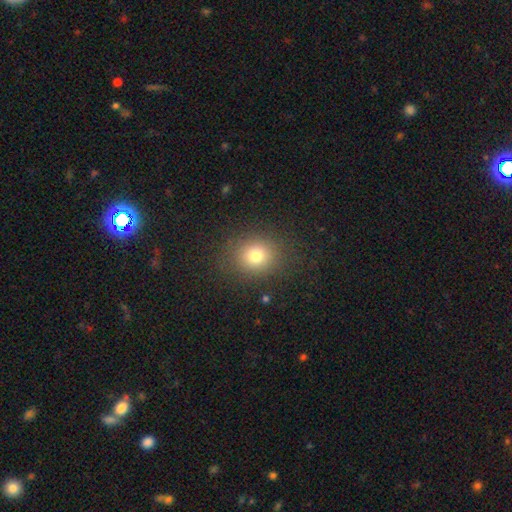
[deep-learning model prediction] smooth-or-featured: smooth: 76% | star or artifact: 15% | featured or disk: 9%
  how-rounded: round: 75% | in between: 24% | cigar-shaped: 1%
  merging: none: 86% | minor disturbance: 9% | major disturbance: 4% | merger: 1%